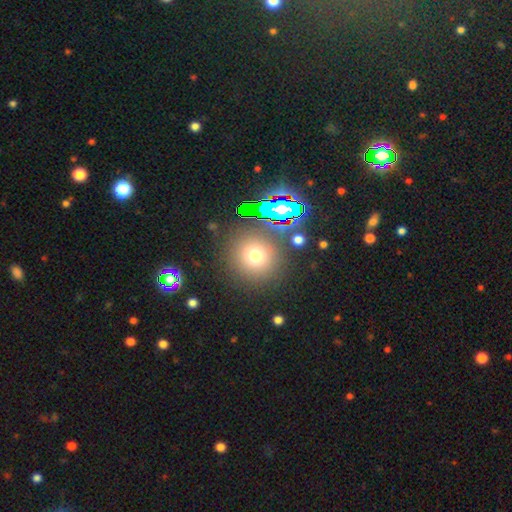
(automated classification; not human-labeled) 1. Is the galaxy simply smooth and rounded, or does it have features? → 69% smooth, 22% star or artifact, 9% featured or disk.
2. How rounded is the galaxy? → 93% round, 6% in between, 1% cigar-shaped.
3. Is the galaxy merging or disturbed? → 85% none, 7% minor disturbance, 5% merger, 4% major disturbance.